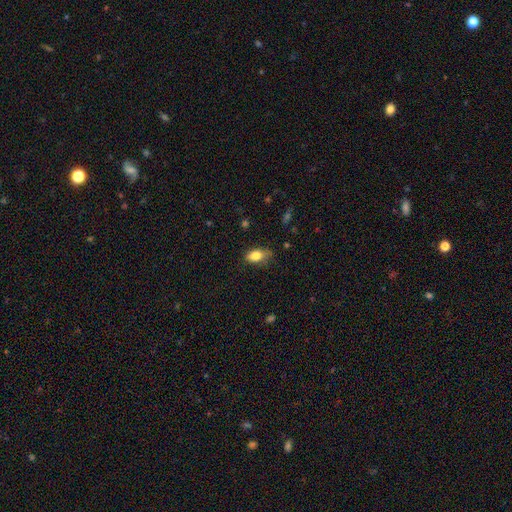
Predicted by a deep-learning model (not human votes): Smooth or featured?
  - smooth: 83% *
  - featured or disk: 9%
  - star or artifact: 8%
How rounded?
  - in between: 87% *
  - round: 9%
  - cigar-shaped: 4%
Merging?
  - none: 66% *
  - minor disturbance: 27%
  - major disturbance: 5%
  - merger: 1%